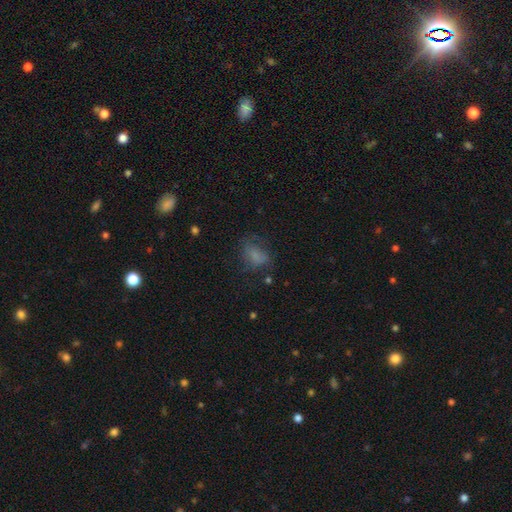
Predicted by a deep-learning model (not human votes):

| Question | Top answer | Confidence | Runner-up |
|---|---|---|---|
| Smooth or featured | smooth | 69% | featured or disk (17%) |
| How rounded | in between | 73% | round (25%) |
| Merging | none | 51% | minor disturbance (25%) |